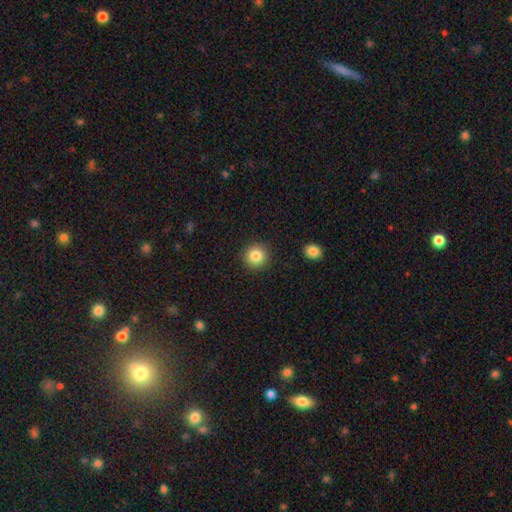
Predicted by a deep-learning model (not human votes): A smooth galaxy with no disk features (84%) that is round (94%).

Vote fractions:
- Smooth or featured? smooth: 84% / star or artifact: 10% / featured or disk: 6%
- How rounded? round: 94% / in between: 5% / cigar-shaped: 1%
- Merging? none: 91% / minor disturbance: 6% / major disturbance: 2% / merger: 1%